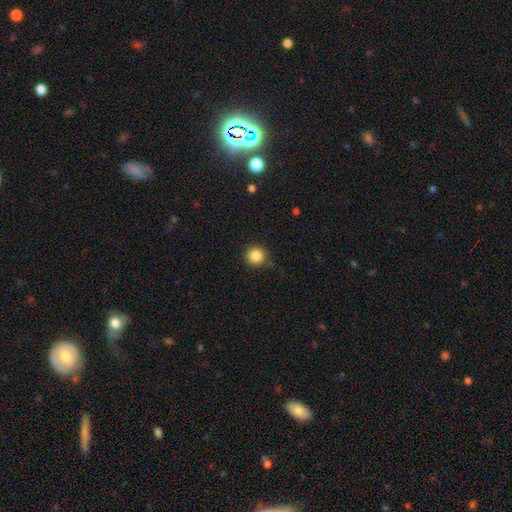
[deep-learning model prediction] Overall: smooth (86%). How rounded: round (94%). Merging: none (86%).